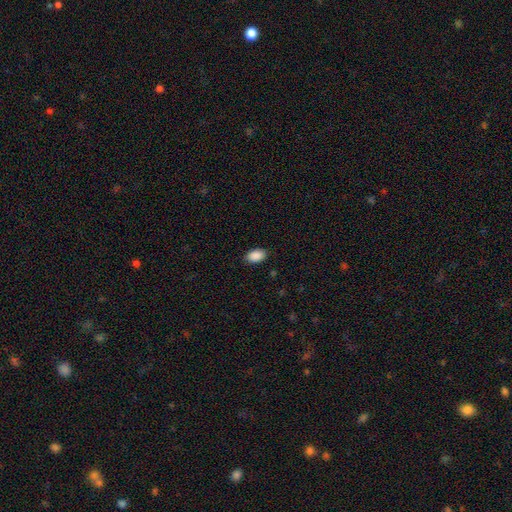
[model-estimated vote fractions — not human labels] Overall: smooth (90%). How rounded: in between (92%). Merging: none (88%).